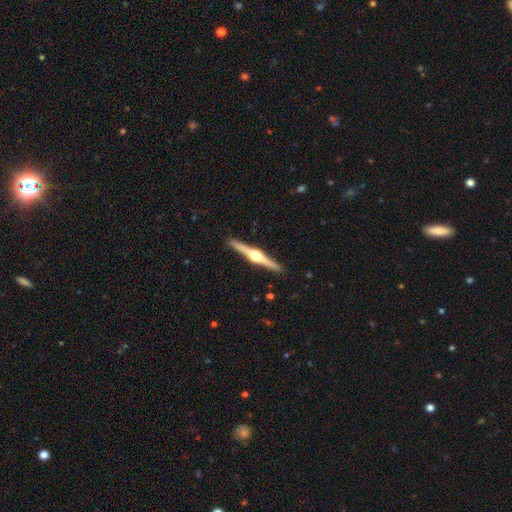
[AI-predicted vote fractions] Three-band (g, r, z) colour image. It shows a featured or disk galaxy (86%) viewed edge-on (99%) with a rounded central bulge (96%). Merging: none (93%).